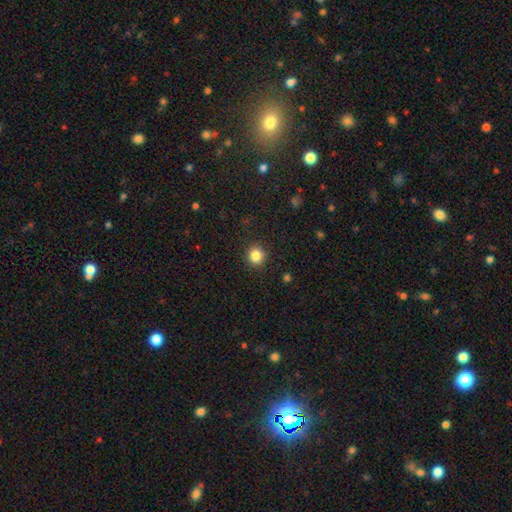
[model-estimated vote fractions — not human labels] smooth_or_featured: smooth (p=0.85) [alt: star or artifact p=0.11]
how_rounded: round (p=0.92) [alt: in between p=0.07]
merging: none (p=0.91) [alt: minor disturbance p=0.06]